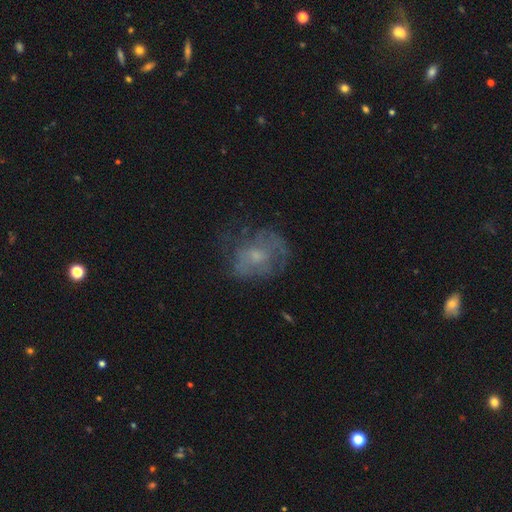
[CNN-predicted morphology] Q: Smooth or featured?
A: featured or disk (50%); runner-up: smooth (35%)
Q: Merging?
A: none (56%); runner-up: minor disturbance (23%)